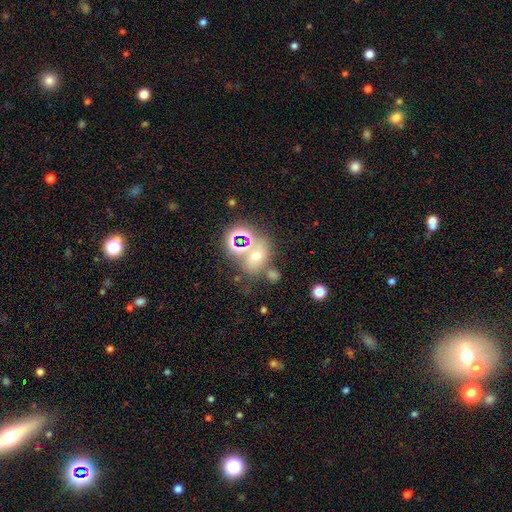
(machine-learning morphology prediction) Q: Smooth or featured?
A: smooth (45%); runner-up: star or artifact (35%)
Q: Merging?
A: none (47%); runner-up: merger (30%)